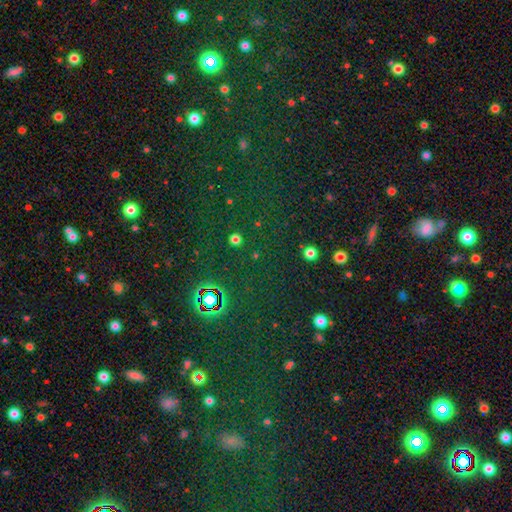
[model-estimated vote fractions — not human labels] This is likely a star or artifact rather than a galaxy (73%).